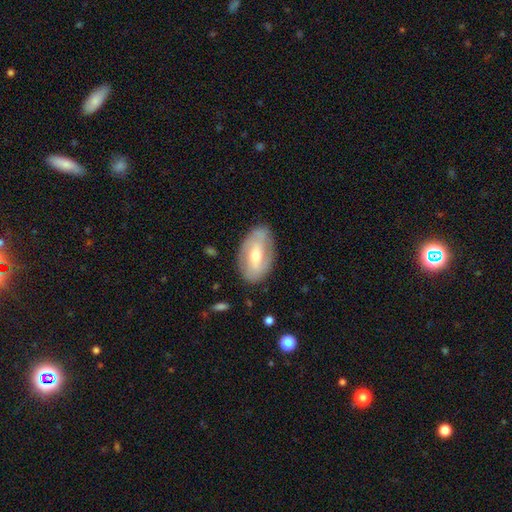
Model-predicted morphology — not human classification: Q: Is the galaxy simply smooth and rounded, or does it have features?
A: featured or disk — 65%.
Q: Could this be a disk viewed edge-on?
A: no — 93%.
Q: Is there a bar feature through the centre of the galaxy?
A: weak — 42%.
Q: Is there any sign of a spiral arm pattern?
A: yes — 74%.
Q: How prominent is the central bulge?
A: moderate — 61%.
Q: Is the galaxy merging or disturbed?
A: none — 81%.